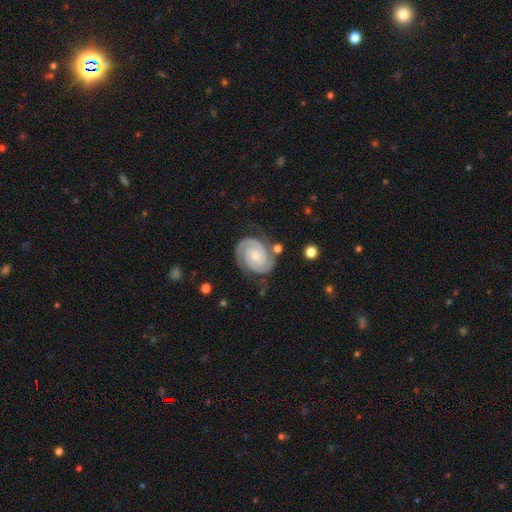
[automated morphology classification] Q: Smooth or featured?
A: featured or disk (90%); runner-up: smooth (5%)
Q: Edge-on disk?
A: no (98%); runner-up: yes (2%)
Q: Bar?
A: no (60%); runner-up: weak (30%)
Q: Spiral arms?
A: yes (99%); runner-up: no (1%)
Q: Spiral winding?
A: tight (78%); runner-up: medium (19%)
Q: Spiral arm count?
A: 2 (91%); runner-up: 3 (3%)
Q: Bulge size?
A: moderate (51%); runner-up: small (39%)
Q: Merging?
A: none (79%); runner-up: minor disturbance (13%)